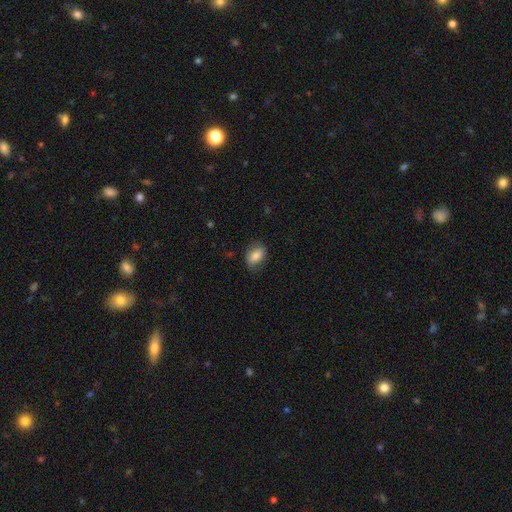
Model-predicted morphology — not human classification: The model was most divided on "merging": none: 68%, minor disturbance: 23%, major disturbance: 8%, merger: 1%. More confident: how rounded — in between (82%); smooth or featured — smooth (79%).